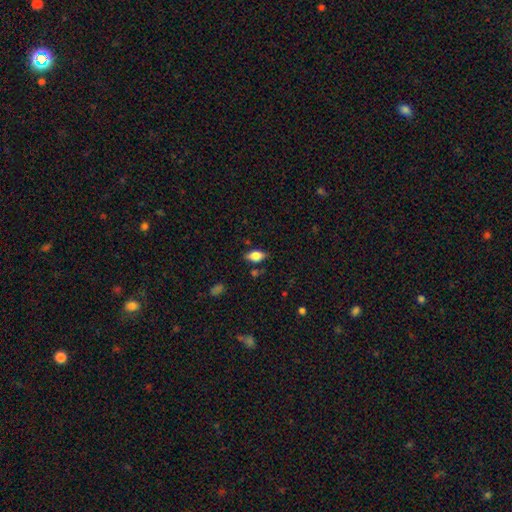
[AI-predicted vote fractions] Smooth or featured? Predicted: smooth (p=0.78). How rounded? Predicted: in between (p=0.88). Merging? Predicted: none (p=0.80).